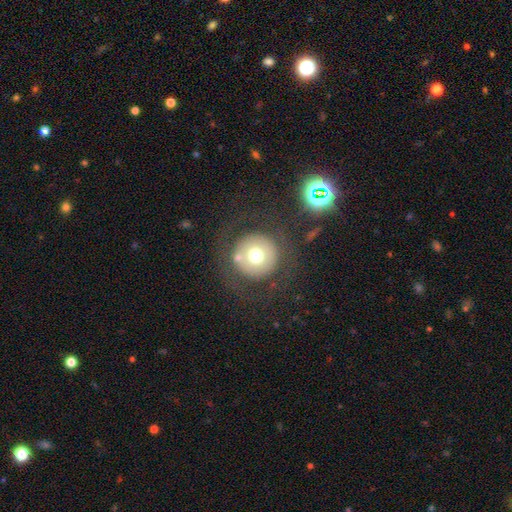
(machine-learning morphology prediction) smooth-or-featured: smooth: 62% | featured or disk: 28% | star or artifact: 11%
  how-rounded: round: 95% | in between: 4% | cigar-shaped: 1%
  merging: none: 74% | minor disturbance: 10% | major disturbance: 9% | merger: 7%